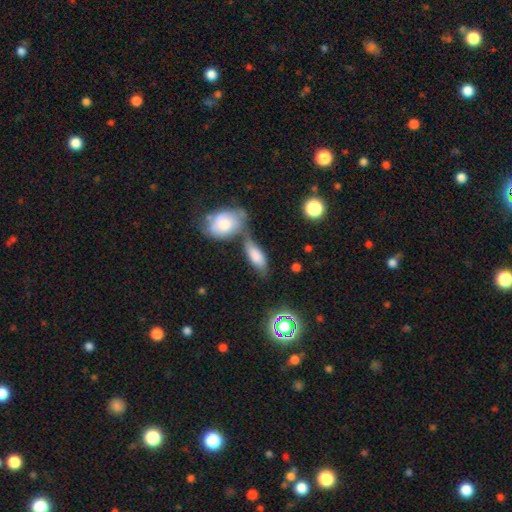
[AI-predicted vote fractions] Smooth or featured: smooth — 73% (featured or disk — 19%)
How rounded: in between — 79% (cigar-shaped — 18%)
Merging: none — 39% (merger — 34%)